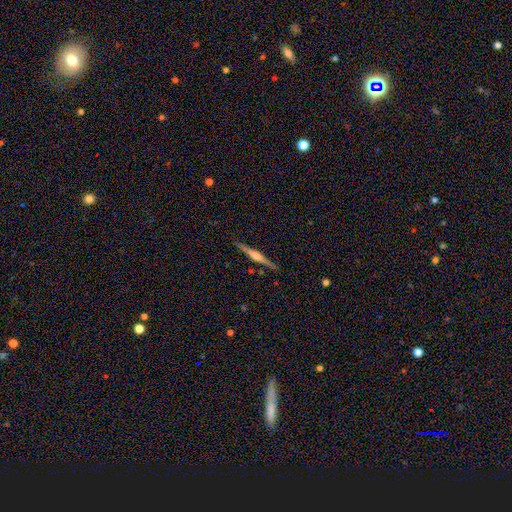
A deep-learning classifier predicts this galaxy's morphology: The model was most divided on "edge-on bulge": rounded: 74%, boxy: 19%, none: 7%. More confident: edge-on disk — yes (98%); merging — none (91%); smooth or featured — featured or disk (79%).